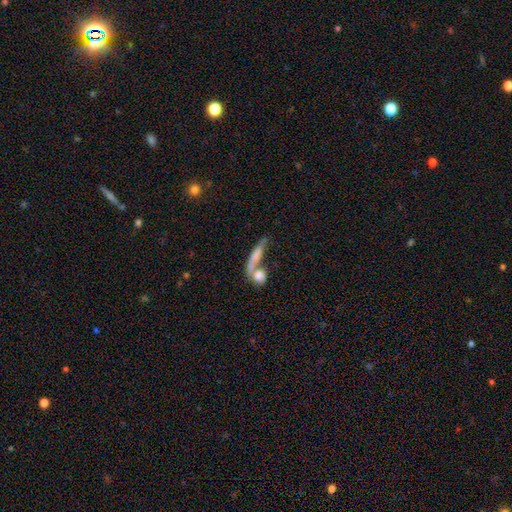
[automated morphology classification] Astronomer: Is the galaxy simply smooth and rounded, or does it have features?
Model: smooth — 58% (runner-up: featured or disk, 33%).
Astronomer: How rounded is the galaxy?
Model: cigar-shaped — 62%.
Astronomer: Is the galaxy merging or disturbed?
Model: merger — 47% (runner-up: none, 33%).